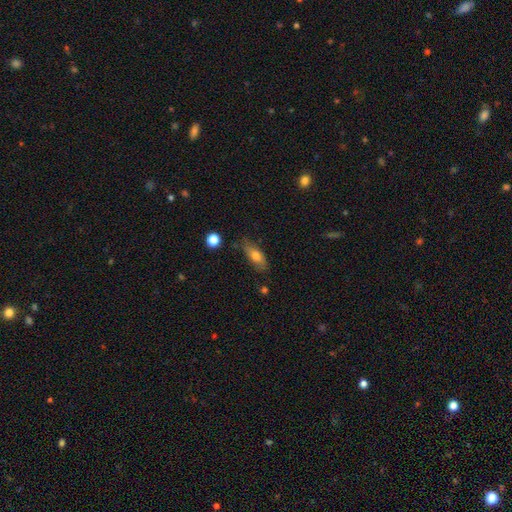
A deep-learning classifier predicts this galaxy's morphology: Overall: smooth (71%). How rounded: in between (71%). Merging: none (70%).